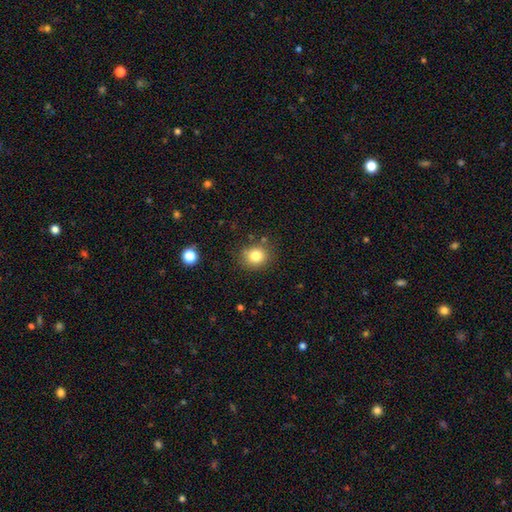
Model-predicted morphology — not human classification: The model was most divided on "how rounded": round: 78%, in between: 21%, cigar-shaped: 1%. More confident: smooth or featured — smooth (81%); merging — none (81%).